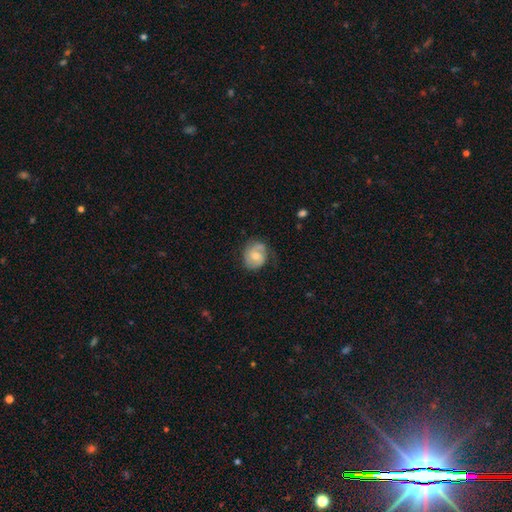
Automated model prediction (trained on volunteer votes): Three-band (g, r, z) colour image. It shows a featured or disk galaxy (54%) with no bar (60%), spiral arms (85%) and a moderate central bulge (56%). Merging: none (60%).